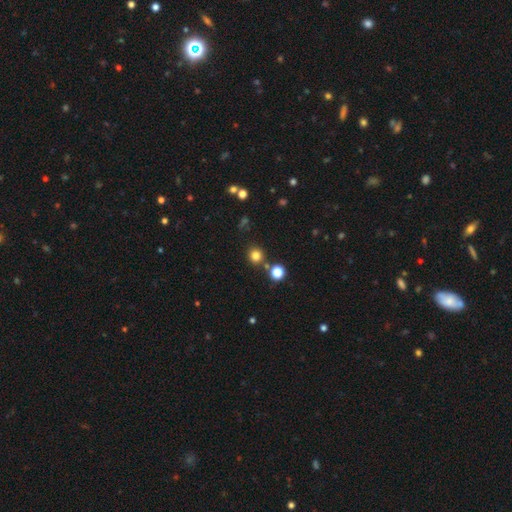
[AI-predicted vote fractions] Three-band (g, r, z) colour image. It shows a smooth galaxy with no disk features (79%) that is round (91%). Merging: none (80%).